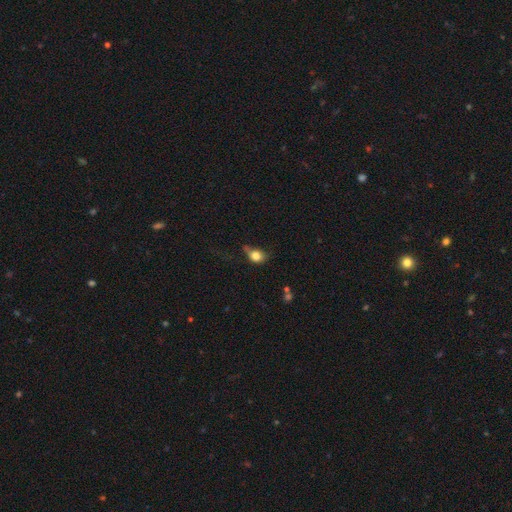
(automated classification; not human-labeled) The model was most divided on "merging": minor disturbance: 35%, none: 33%, major disturbance: 25%, merger: 7%. More confident: smooth or featured — smooth (79%); how rounded — in between (51%).